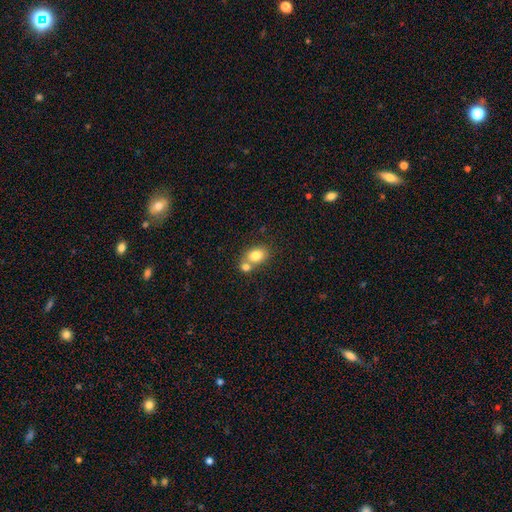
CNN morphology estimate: smooth 79%, featured or disk 12%, star or artifact 9%. Down the decision tree: how rounded — in between (68%); merging — none (46%).